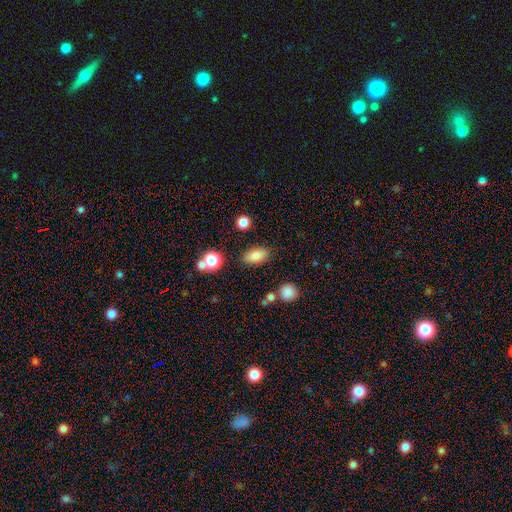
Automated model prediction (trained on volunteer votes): smooth 82%, star or artifact 10%, featured or disk 8%. Down the decision tree: how rounded — in between (88%); merging — none (83%).